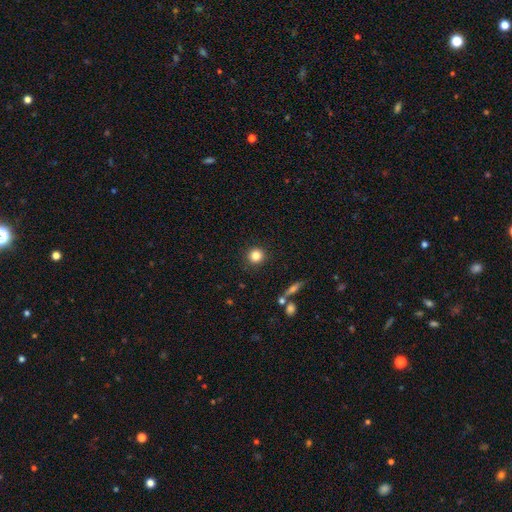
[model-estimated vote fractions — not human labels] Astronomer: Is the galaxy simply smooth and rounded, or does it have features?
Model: smooth — 83%.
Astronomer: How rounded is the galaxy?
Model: round — 93%.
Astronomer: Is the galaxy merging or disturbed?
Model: none — 90%.